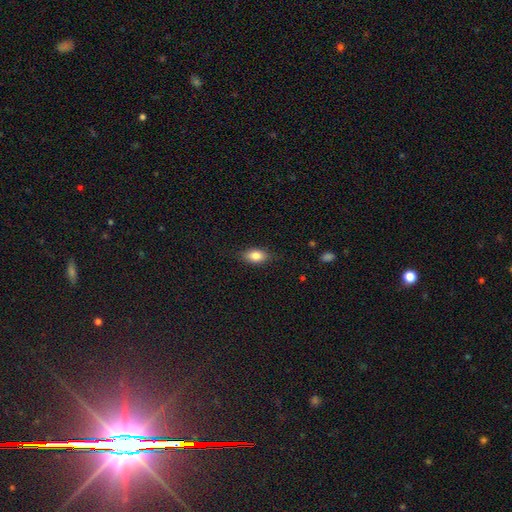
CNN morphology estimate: Overall: smooth (84%). How rounded: in between (87%). Merging: none (84%).